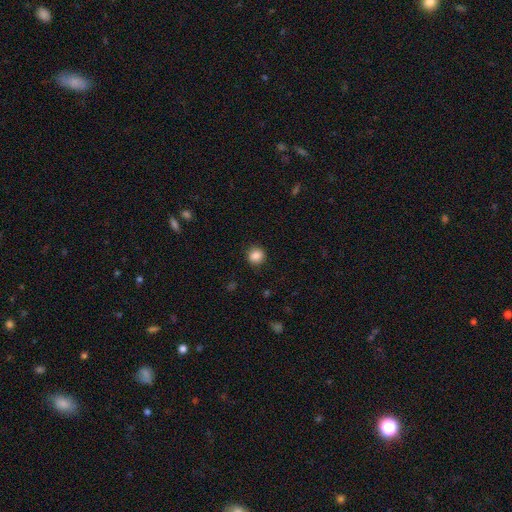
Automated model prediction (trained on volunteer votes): A smooth galaxy with no disk features (87%) that is round (90%).

Vote fractions:
- Smooth or featured? smooth: 87% / star or artifact: 10% / featured or disk: 4%
- How rounded? round: 90% / in between: 9% / cigar-shaped: 1%
- Merging? none: 90% / minor disturbance: 7% / major disturbance: 2% / merger: 1%